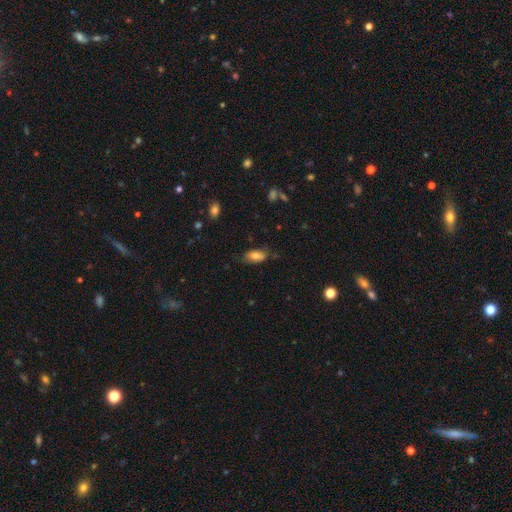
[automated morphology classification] Q: Smooth or featured?
A: smooth (77%); runner-up: featured or disk (15%)
Q: How rounded?
A: in between (88%); runner-up: cigar-shaped (8%)
Q: Merging?
A: none (70%); runner-up: minor disturbance (23%)